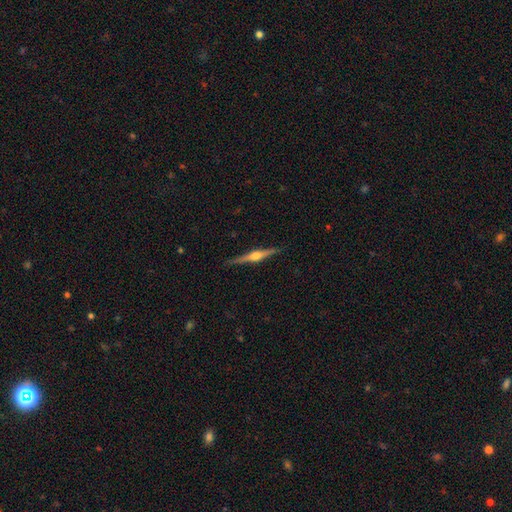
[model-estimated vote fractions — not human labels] The model was most divided on "smooth or featured": featured or disk: 80%, smooth: 14%, star or artifact: 5%. More confident: edge-on disk — yes (98%); edge-on bulge — rounded (93%); merging — none (89%).